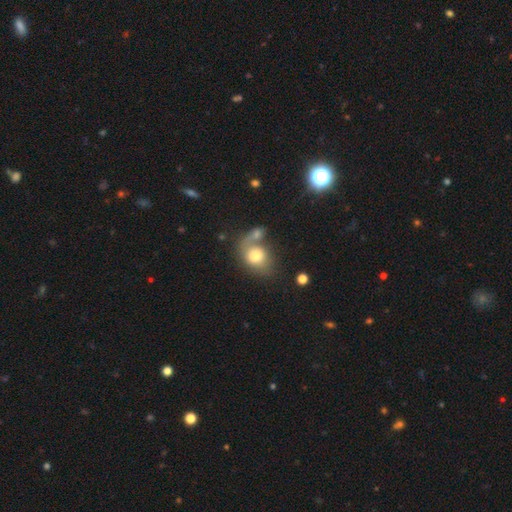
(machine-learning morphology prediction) Smooth or featured? Predicted: smooth (p=0.71). How rounded? Predicted: in between (p=0.51). Merging? Predicted: merger (p=0.39).